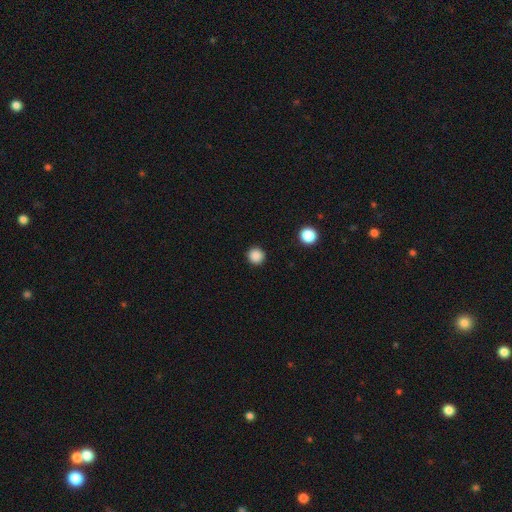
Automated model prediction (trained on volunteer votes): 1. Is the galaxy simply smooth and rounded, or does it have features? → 86% smooth, 11% star or artifact, 2% featured or disk.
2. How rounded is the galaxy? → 95% round, 4% in between, 1% cigar-shaped.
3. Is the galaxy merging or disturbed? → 92% none, 5% minor disturbance, 2% major disturbance, 1% merger.